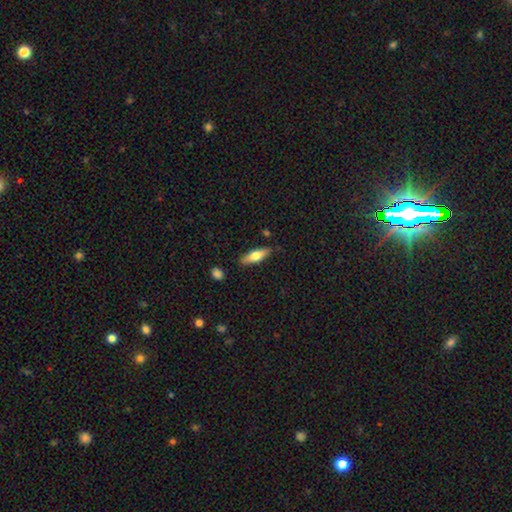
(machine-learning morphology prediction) Overall: smooth (62%; featured or disk 32%). How rounded: cigar-shaped (50%; in between 48%). Merging: none (83%).